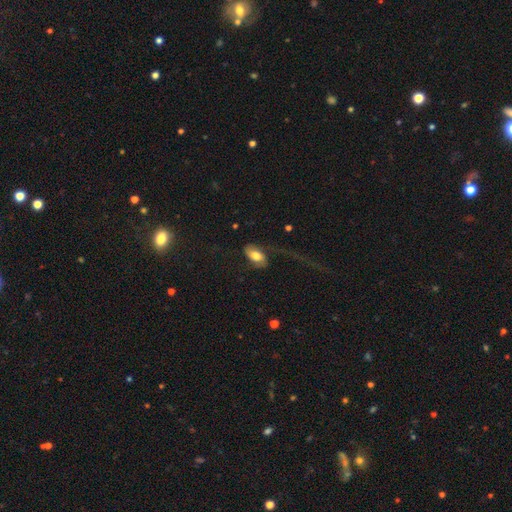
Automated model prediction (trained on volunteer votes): smooth_or_featured: smooth (p=0.56) [alt: featured or disk p=0.37]
how_rounded: in between (p=0.92) [alt: round p=0.04]
merging: none (p=0.42) [alt: major disturbance p=0.38]